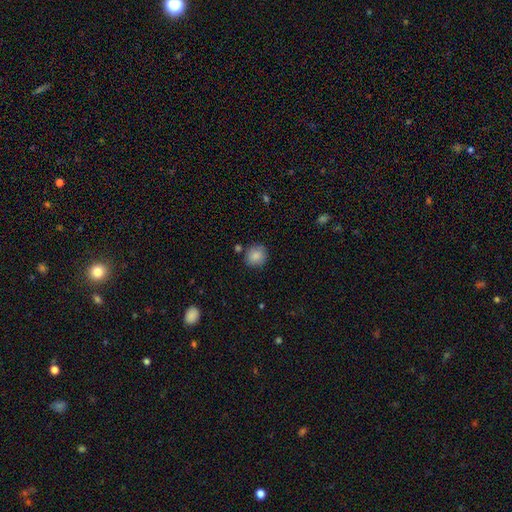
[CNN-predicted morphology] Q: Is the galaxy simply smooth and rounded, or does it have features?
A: smooth — 86%.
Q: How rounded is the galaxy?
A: round — 86%.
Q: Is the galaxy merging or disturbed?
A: none — 83%.